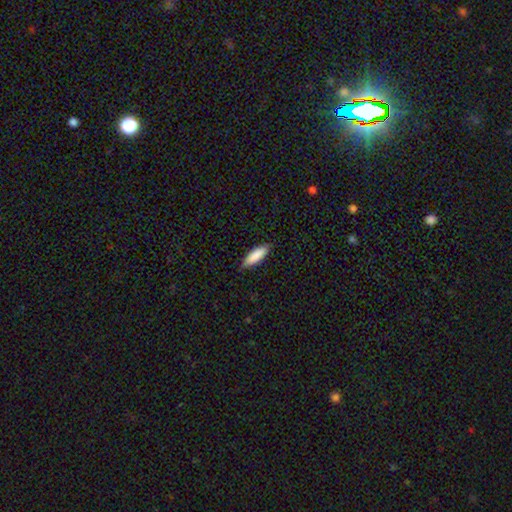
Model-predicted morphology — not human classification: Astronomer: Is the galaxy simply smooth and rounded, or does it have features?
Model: smooth — 86%.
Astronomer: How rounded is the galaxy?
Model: cigar-shaped — 53% (runner-up: in between, 46%).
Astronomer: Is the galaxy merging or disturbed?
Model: none — 85%.